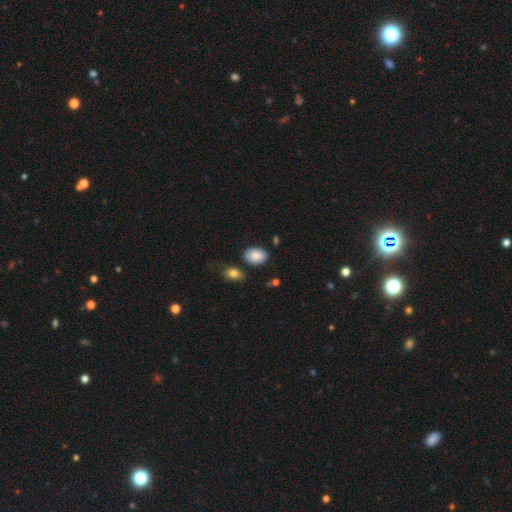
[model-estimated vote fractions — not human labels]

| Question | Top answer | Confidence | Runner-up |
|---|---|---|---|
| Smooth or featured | smooth | 86% | star or artifact (7%) |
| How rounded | in between | 83% | round (16%) |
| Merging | none | 81% | minor disturbance (11%) |